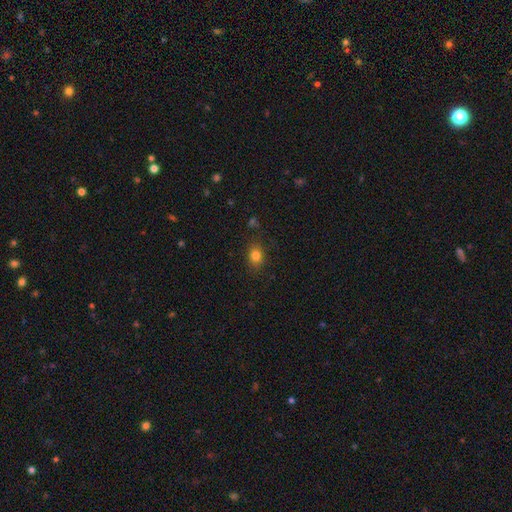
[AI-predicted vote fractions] This is clearly a smooth galaxy (80%). How rounded: possibly in between (57%). Merging: clearly none (84%).